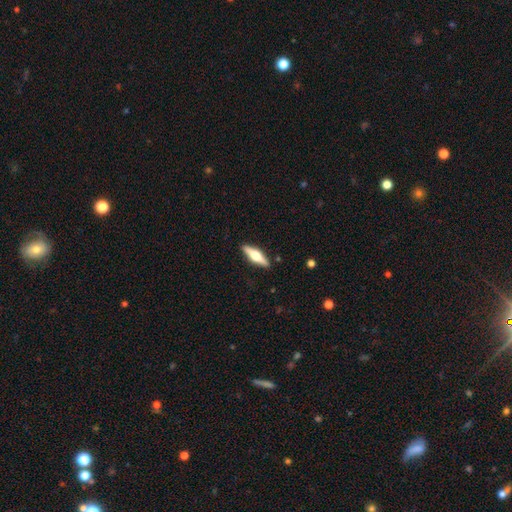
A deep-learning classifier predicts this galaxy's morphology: The model was most divided on "smooth or featured": featured or disk: 59%, smooth: 36%, star or artifact: 5%. More confident: edge-on disk — yes (96%); edge-on bulge — rounded (93%); merging — none (89%).